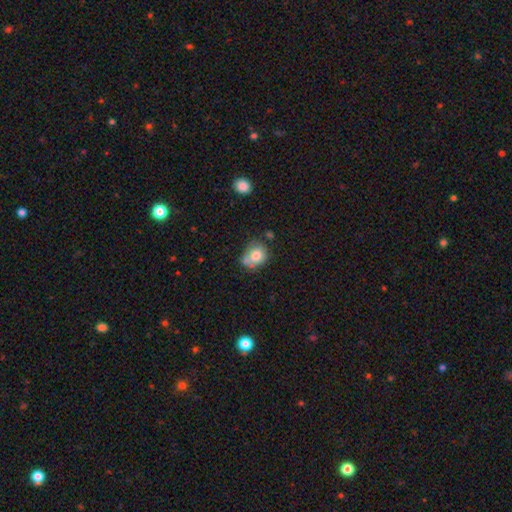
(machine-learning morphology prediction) Smooth or featured? Predicted: smooth (p=0.75). How rounded? Predicted: round (p=0.64). Merging? Predicted: none (p=0.45).